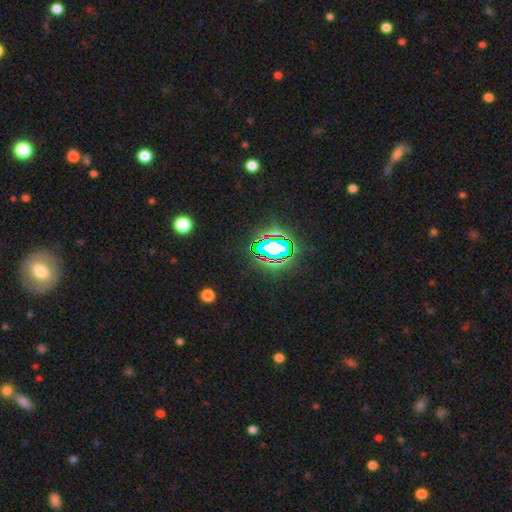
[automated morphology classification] Overall: star or artifact (78%).